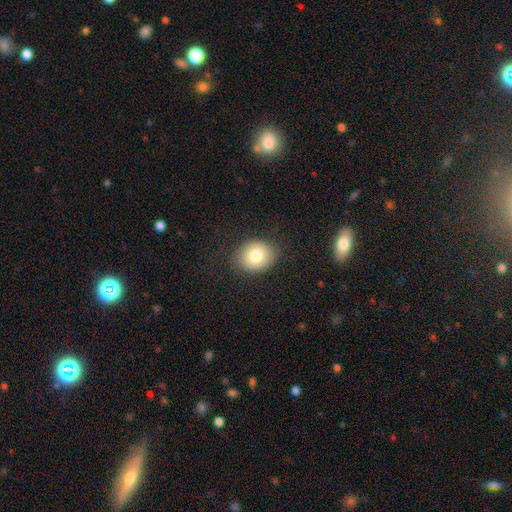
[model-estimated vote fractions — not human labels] smooth_or_featured: smooth (p=0.79) [alt: featured or disk p=0.12]
how_rounded: round (p=0.52) [alt: in between p=0.47]
merging: none (p=0.83) [alt: minor disturbance p=0.12]